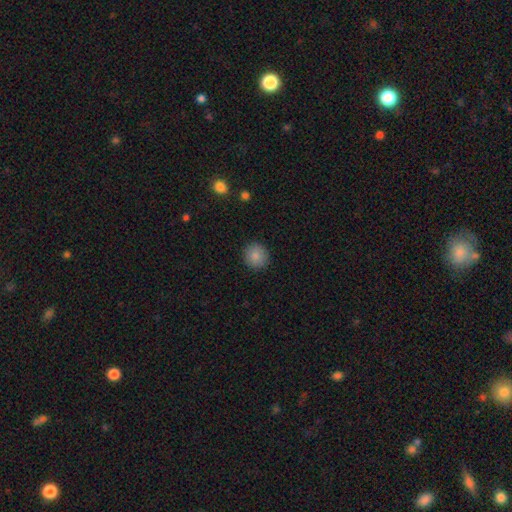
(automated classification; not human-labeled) smooth_or_featured: smooth (p=0.86) [alt: star or artifact p=0.09]
how_rounded: round (p=0.92) [alt: in between p=0.07]
merging: none (p=0.91) [alt: minor disturbance p=0.06]